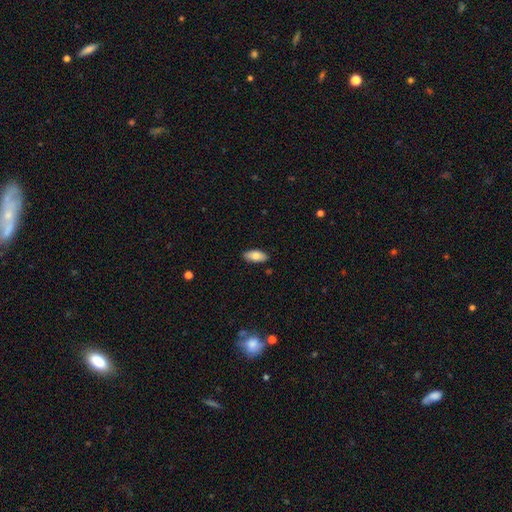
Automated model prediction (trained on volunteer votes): smooth-or-featured: smooth: 82% | featured or disk: 12% | star or artifact: 6%
  how-rounded: in between: 89% | cigar-shaped: 9% | round: 2%
  merging: none: 87% | minor disturbance: 10% | major disturbance: 2% | merger: 1%